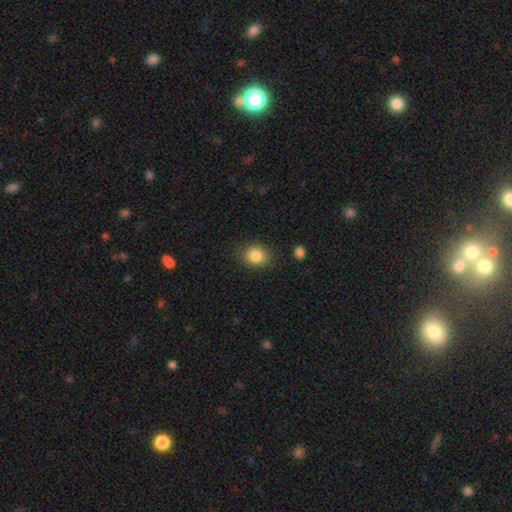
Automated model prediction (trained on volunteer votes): Smooth or featured: smooth — 85% (star or artifact — 10%)
How rounded: round — 72% (in between — 27%)
Merging: none — 85% (minor disturbance — 10%)